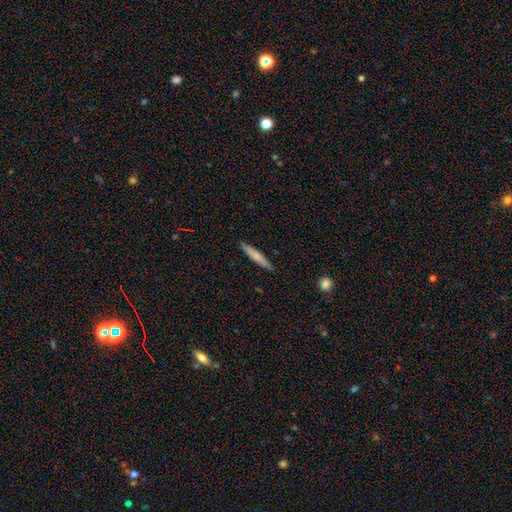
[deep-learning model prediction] This appears to be a smooth galaxy with no disk features (66%) that is cigar-shaped (94%). Merging: none (91%).